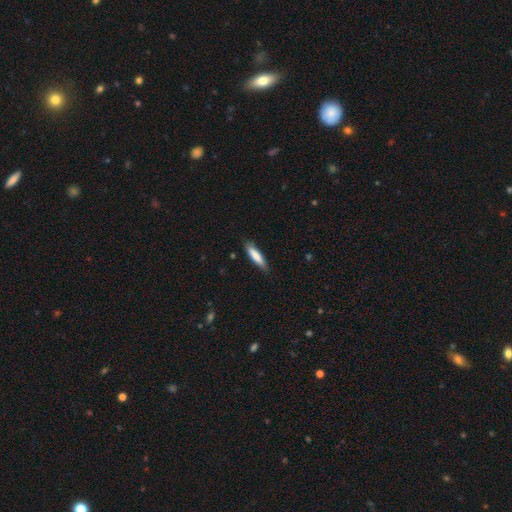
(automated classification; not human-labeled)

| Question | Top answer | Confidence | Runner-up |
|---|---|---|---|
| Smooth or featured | smooth | 79% | featured or disk (15%) |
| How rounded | cigar-shaped | 78% | in between (20%) |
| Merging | none | 84% | minor disturbance (13%) |